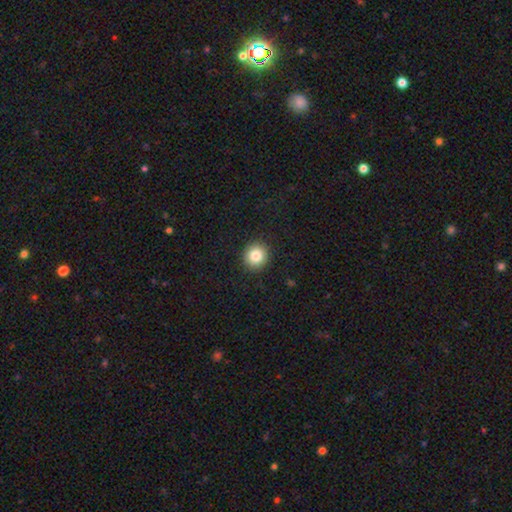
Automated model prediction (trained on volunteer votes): Q: Smooth or featured?
A: smooth (84%); runner-up: star or artifact (10%)
Q: How rounded?
A: round (91%); runner-up: in between (8%)
Q: Merging?
A: none (92%); runner-up: minor disturbance (6%)